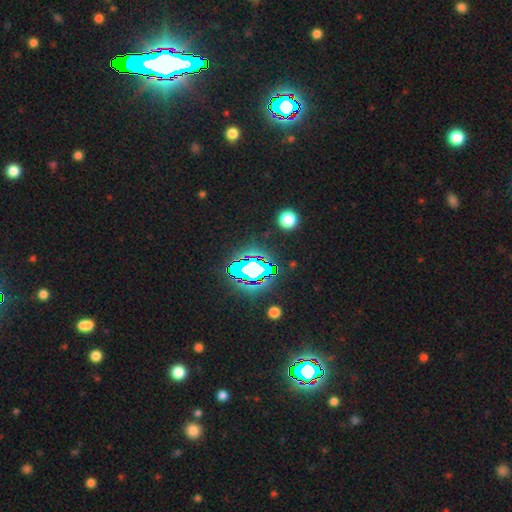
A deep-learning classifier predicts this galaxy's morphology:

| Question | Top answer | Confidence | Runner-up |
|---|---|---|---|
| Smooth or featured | star or artifact | 80% | smooth (12%) |